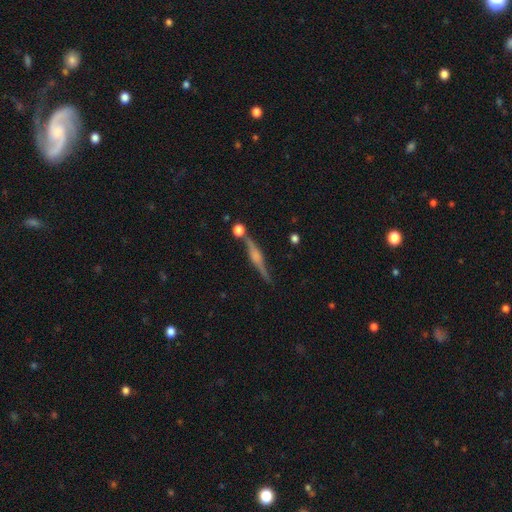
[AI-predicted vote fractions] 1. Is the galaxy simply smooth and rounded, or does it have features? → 78% featured or disk, 14% smooth, 7% star or artifact.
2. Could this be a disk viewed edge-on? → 97% yes, 3% no.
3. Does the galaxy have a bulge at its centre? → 76% rounded, 17% boxy, 7% none.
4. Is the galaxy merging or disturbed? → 79% none, 11% minor disturbance, 7% merger, 3% major disturbance.